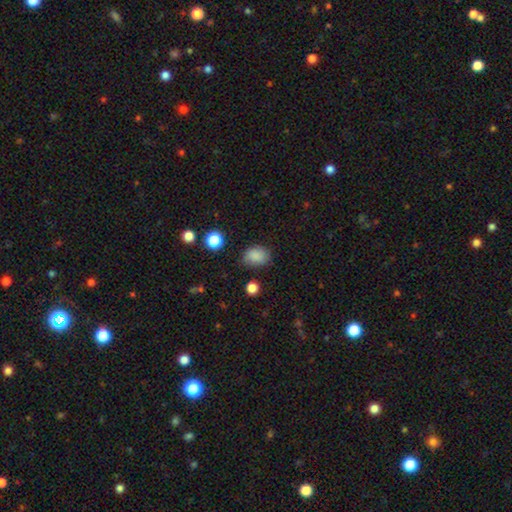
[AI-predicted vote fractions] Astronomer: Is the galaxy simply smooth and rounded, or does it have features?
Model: smooth — 84%.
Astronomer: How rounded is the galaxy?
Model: in between — 62% (runner-up: round, 37%).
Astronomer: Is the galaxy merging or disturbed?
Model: none — 72%.